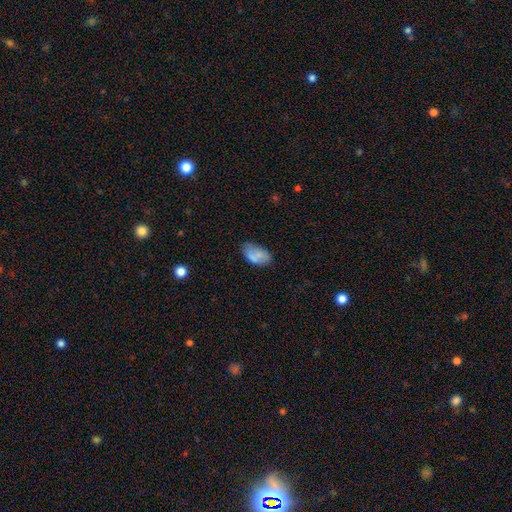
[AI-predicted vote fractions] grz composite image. It shows a smooth galaxy with no disk features (75%) that is in between round and cigar-shaped (94%). Merging: none (64%).